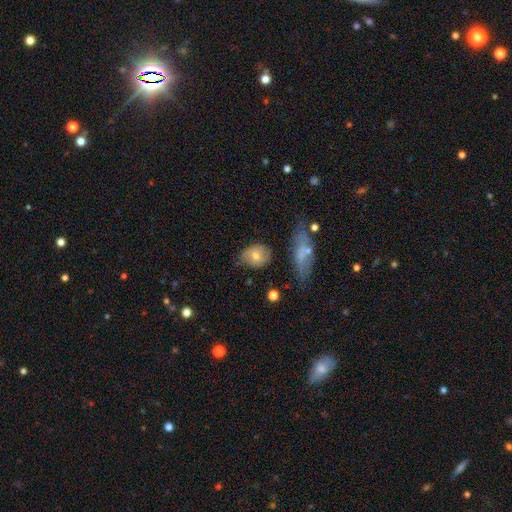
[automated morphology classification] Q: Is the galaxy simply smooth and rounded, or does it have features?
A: smooth — 56%.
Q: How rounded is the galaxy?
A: in between — 60%.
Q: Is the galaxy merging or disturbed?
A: none — 59%.